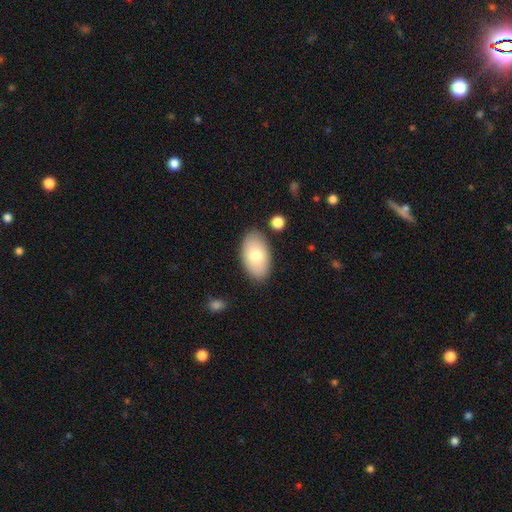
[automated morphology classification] Overall: smooth (75%). How rounded: in between (94%). Merging: none (85%).